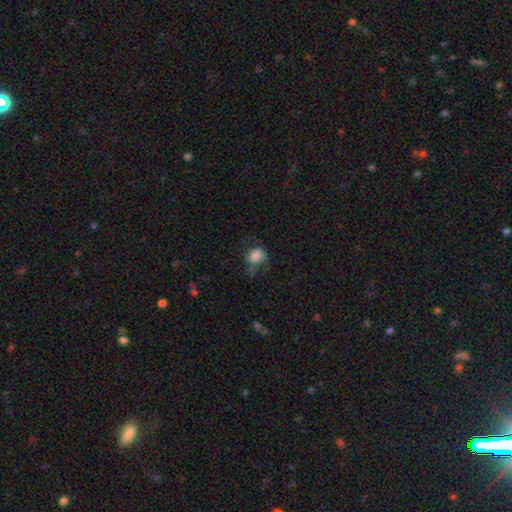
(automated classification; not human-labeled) This appears to be a smooth galaxy with no disk features (66%) that is round (55%). Merging: none (36%, tied with major disturbance).